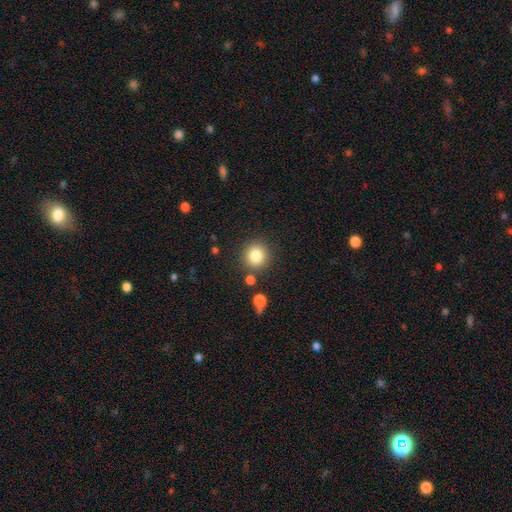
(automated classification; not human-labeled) Smooth or featured: smooth — 83% (star or artifact — 11%)
How rounded: round — 91% (in between — 8%)
Merging: none — 84% (minor disturbance — 8%)